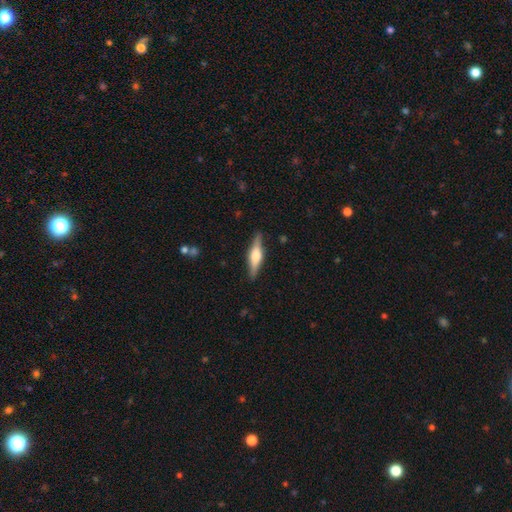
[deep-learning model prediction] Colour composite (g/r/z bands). It shows a featured or disk galaxy (64%) viewed edge-on (97%) with a rounded central bulge (85%). Merging: none (88%).